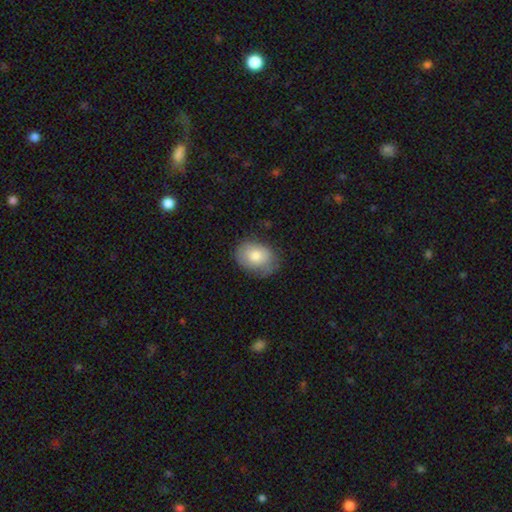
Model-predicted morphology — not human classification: A smooth galaxy with no disk features (77%) that is in between round and cigar-shaped (69%).

Vote fractions:
- Smooth or featured? smooth: 77% / featured or disk: 16% / star or artifact: 7%
- How rounded? in between: 69% / round: 31% / cigar-shaped: 1%
- Merging? none: 66% / minor disturbance: 26% / major disturbance: 7% / merger: 1%